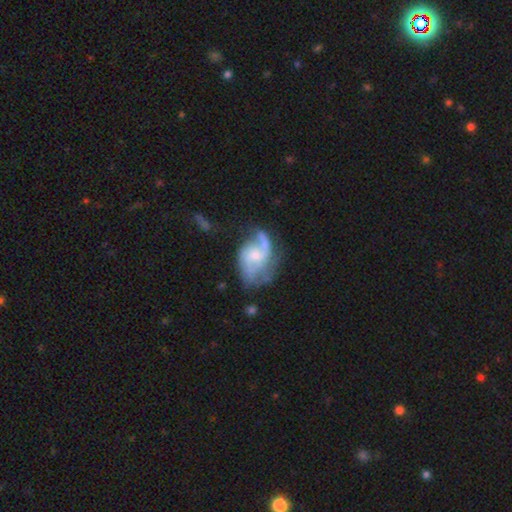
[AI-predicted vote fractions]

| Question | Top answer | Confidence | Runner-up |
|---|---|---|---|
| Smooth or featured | featured or disk | 80% | smooth (15%) |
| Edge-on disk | no | 98% | yes (2%) |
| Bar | no | 57% | weak (37%) |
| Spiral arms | yes | 91% | no (9%) |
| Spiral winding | medium | 44% | loose (39%) |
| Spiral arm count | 2 | 66% | can't tell (12%) |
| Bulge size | small | 50% | moderate (38%) |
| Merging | none | 46% | minor disturbance (25%) |